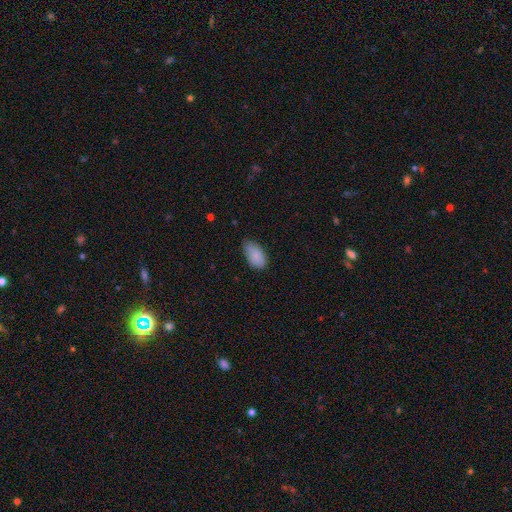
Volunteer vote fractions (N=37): Q: Smooth or featured?
A: smooth (86%); runner-up: featured or disk (8%)
Q: How rounded?
A: in between (97%); runner-up: round (3%)
Q: Merging?
A: none (60%); runner-up: minor disturbance (34%)